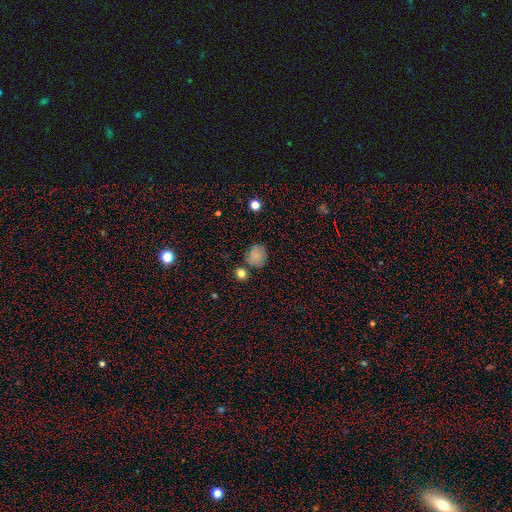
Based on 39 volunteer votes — smooth_or_featured: smooth (p=0.90) [alt: star or artifact p=0.10]
how_rounded: round (p=0.83) [alt: in between p=0.17]
merging: none (p=0.71) [alt: minor disturbance p=0.23]